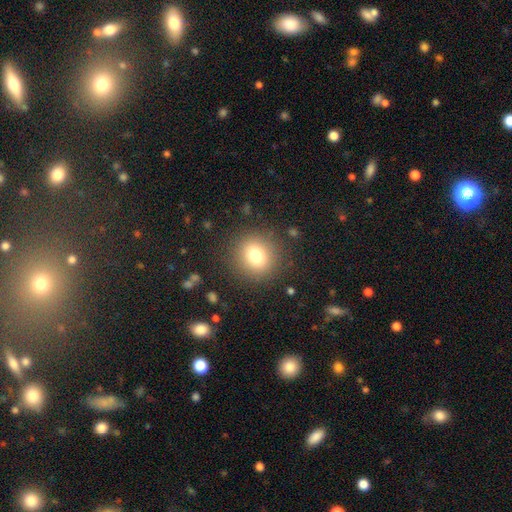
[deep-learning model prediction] Smooth or featured?
  - smooth: 77% *
  - star or artifact: 12%
  - featured or disk: 10%
How rounded?
  - round: 86% *
  - in between: 14%
  - cigar-shaped: 1%
Merging?
  - none: 87% *
  - minor disturbance: 8%
  - major disturbance: 4%
  - merger: 1%